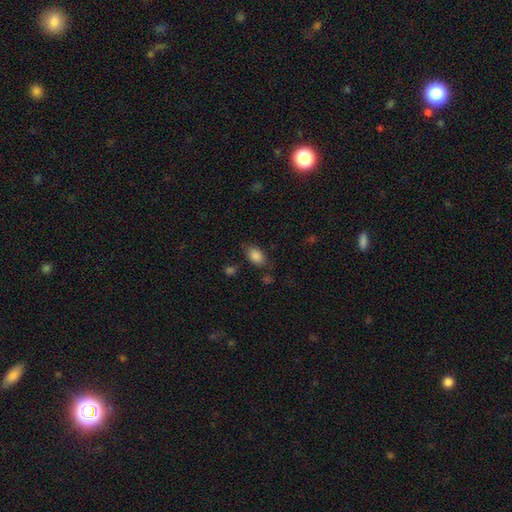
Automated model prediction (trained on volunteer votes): smooth-or-featured: smooth: 85% | star or artifact: 9% | featured or disk: 6%
  how-rounded: in between: 86% | round: 12% | cigar-shaped: 2%
  merging: none: 70% | minor disturbance: 20% | major disturbance: 6% | merger: 4%